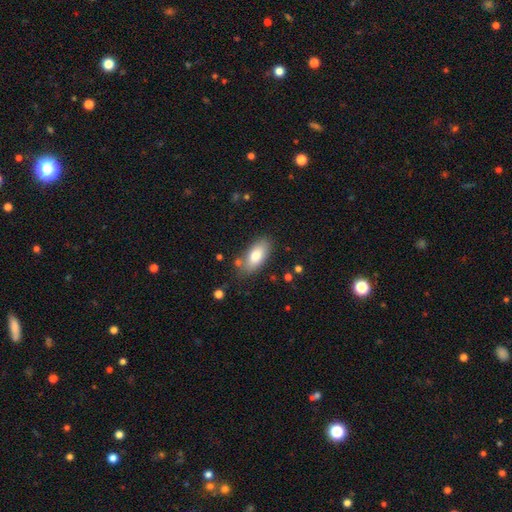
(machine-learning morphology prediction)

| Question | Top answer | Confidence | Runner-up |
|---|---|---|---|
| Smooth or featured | smooth | 76% | featured or disk (17%) |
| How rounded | in between | 89% | cigar-shaped (8%) |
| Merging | none | 78% | minor disturbance (14%) |